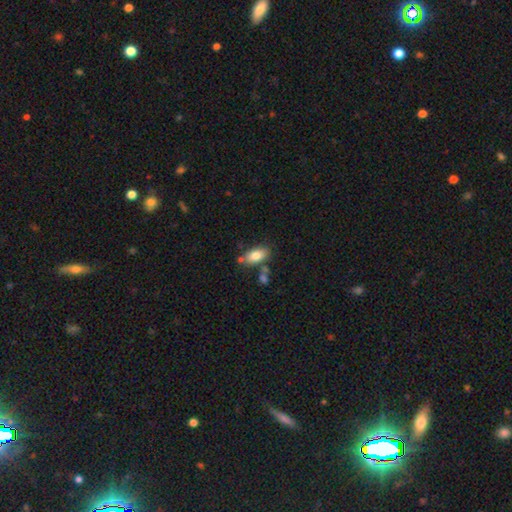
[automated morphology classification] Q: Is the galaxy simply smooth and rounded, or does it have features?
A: smooth — 81%.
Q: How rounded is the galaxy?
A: in between — 90%.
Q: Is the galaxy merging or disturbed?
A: none — 66%.